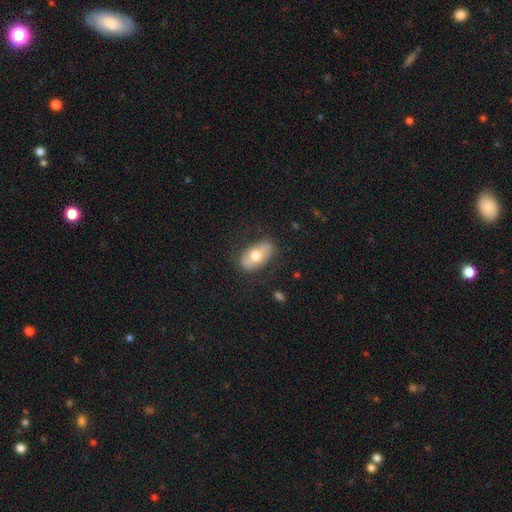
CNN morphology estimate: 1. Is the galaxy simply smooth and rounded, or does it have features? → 58% smooth, 36% featured or disk, 6% star or artifact.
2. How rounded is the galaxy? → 90% in between, 7% round, 2% cigar-shaped.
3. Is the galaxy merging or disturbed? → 76% none, 16% minor disturbance, 7% major disturbance, 1% merger.